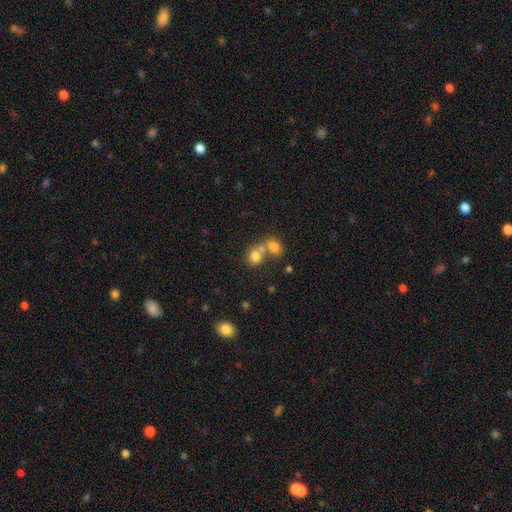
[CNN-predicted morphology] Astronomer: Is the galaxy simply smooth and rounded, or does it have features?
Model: smooth — 75%.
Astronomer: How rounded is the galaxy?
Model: round — 67%.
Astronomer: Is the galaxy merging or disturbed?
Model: merger — 52% (runner-up: none, 37%).